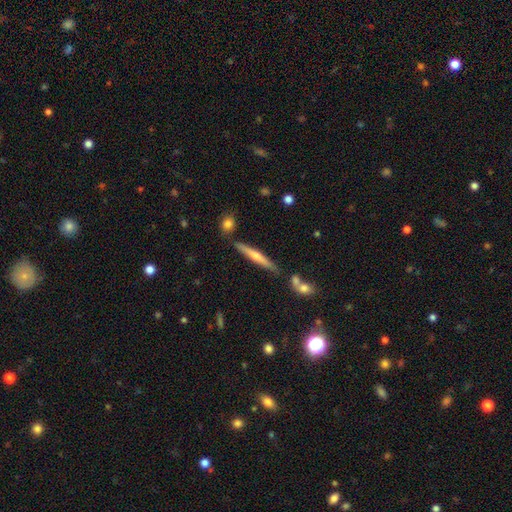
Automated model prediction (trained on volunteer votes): smooth_or_featured: featured or disk (p=0.61) [alt: smooth p=0.31]
disk_edge_on: yes (p=0.96) [alt: no p=0.04]
edge_on_bulge: rounded (p=0.74) [alt: none p=0.19]
merging: none (p=0.82) [alt: minor disturbance p=0.10]